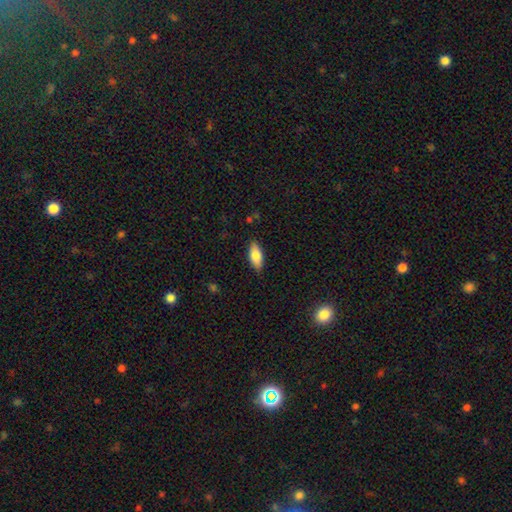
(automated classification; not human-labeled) Q: Smooth or featured?
A: smooth (80%); runner-up: featured or disk (14%)
Q: How rounded?
A: in between (83%); runner-up: cigar-shaped (14%)
Q: Merging?
A: none (85%); runner-up: minor disturbance (12%)